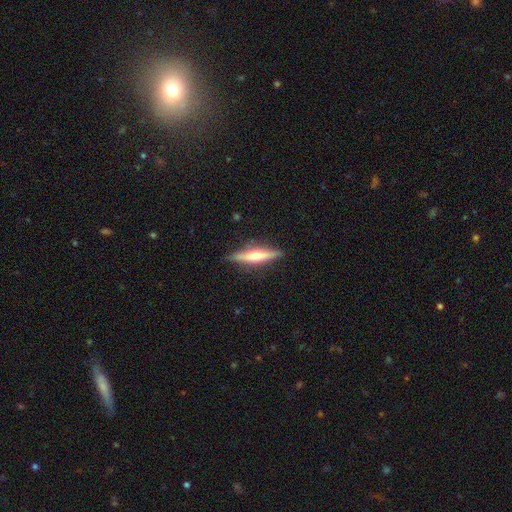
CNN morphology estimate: Q: Smooth or featured?
A: featured or disk (59%); runner-up: smooth (36%)
Q: Edge-on disk?
A: yes (95%); runner-up: no (5%)
Q: Edge-on bulge?
A: rounded (79%); runner-up: none (11%)
Q: Merging?
A: none (86%); runner-up: minor disturbance (11%)